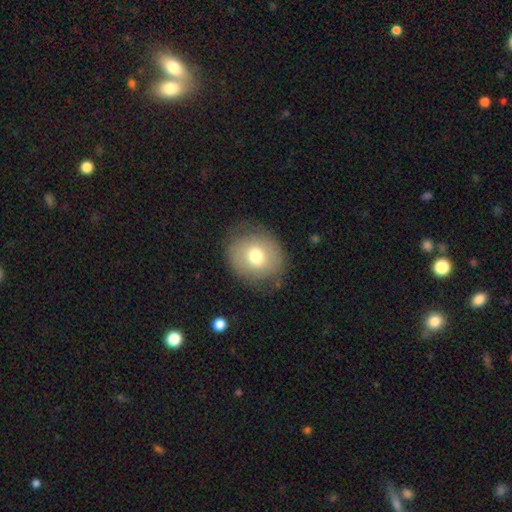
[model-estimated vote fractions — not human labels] Overall: smooth (66%). How rounded: round (78%). Merging: none (76%).